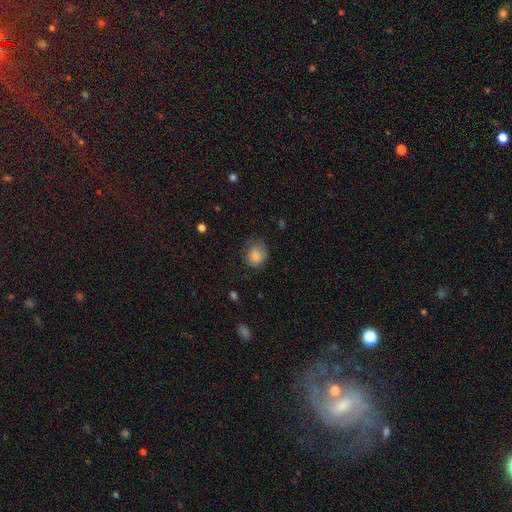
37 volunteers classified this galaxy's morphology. type=smooth (95%); roundness=round (74%); merging=none (62%).